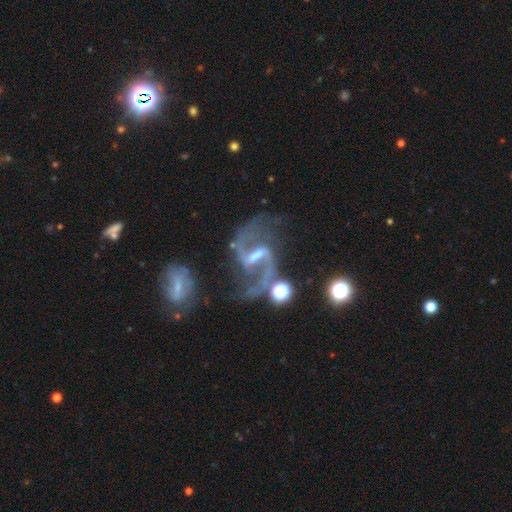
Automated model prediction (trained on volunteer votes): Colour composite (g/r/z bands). It shows a featured or disk galaxy (91%) with a strong bar (52%), 2 (94%) loose (58%) spiral arms (97%) and a small central bulge (46%). Merging: none (61%).